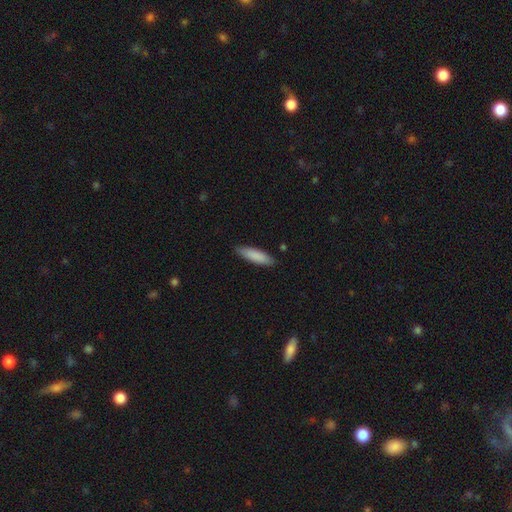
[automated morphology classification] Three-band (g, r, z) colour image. It shows a smooth galaxy with no disk features (87%) that is cigar-shaped (59%). Merging: none (86%).